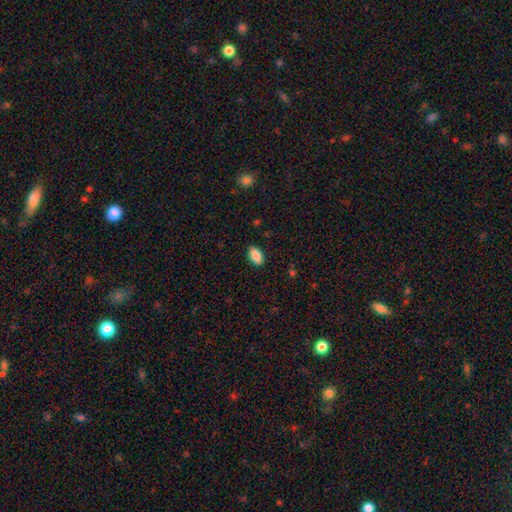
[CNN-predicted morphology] smooth_or_featured: smooth (p=0.86) [alt: star or artifact p=0.07]
how_rounded: in between (p=0.93) [alt: round p=0.04]
merging: none (p=0.89) [alt: minor disturbance p=0.08]